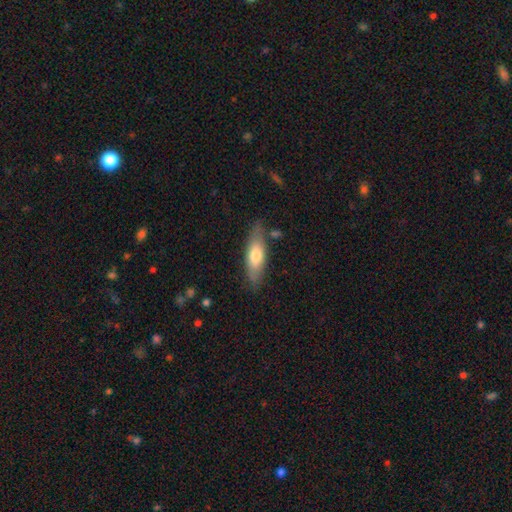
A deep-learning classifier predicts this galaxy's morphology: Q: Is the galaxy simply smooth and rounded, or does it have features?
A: smooth — 68%.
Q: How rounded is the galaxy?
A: in between — 61%.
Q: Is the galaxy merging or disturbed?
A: none — 75%.